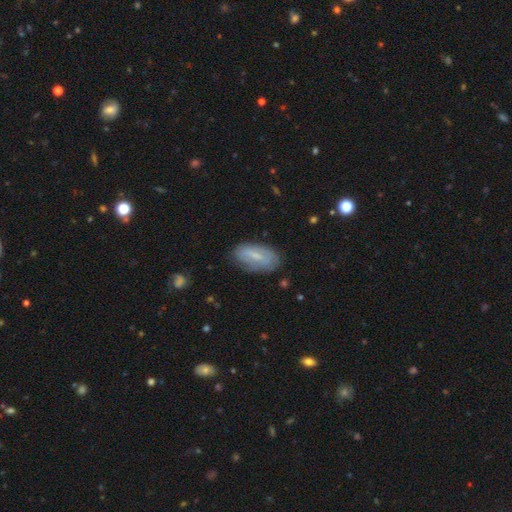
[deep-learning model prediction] This appears to be a smooth galaxy with no disk features (47%). Merging: none (75%).